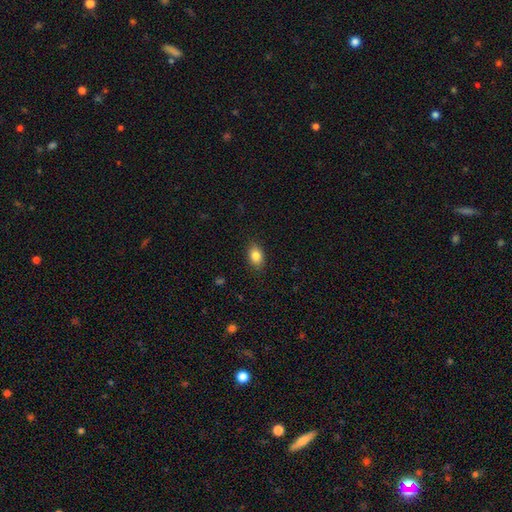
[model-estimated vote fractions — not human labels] Morphology: type=smooth (84%); roundness=in between (84%); merging=none (87%).